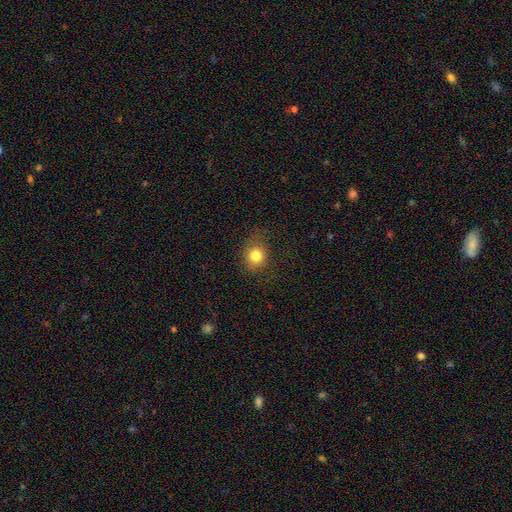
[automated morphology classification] A smooth galaxy with no disk features (81%) that is round (78%). Merging: none (80%).